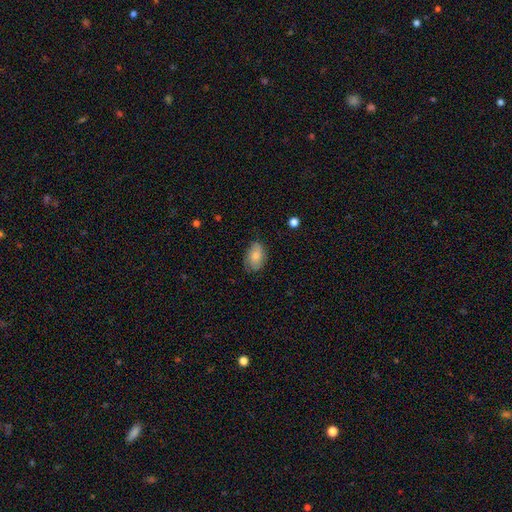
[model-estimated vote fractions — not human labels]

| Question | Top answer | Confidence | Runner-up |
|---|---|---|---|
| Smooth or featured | smooth | 77% | featured or disk (16%) |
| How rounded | in between | 88% | round (11%) |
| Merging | none | 74% | minor disturbance (21%) |